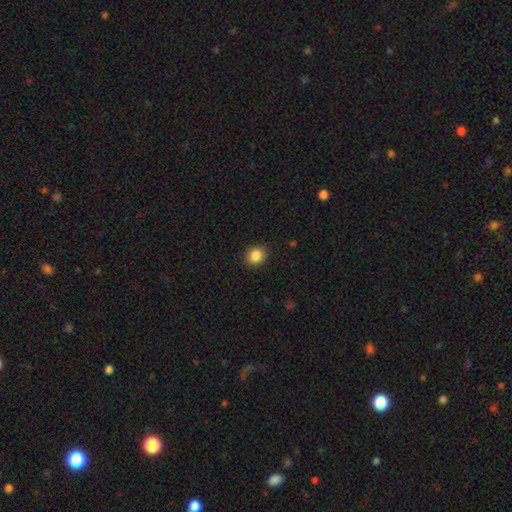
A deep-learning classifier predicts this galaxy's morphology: Smooth or featured? Predicted: smooth (p=0.86). How rounded? Predicted: round (p=0.83). Merging? Predicted: none (p=0.90).